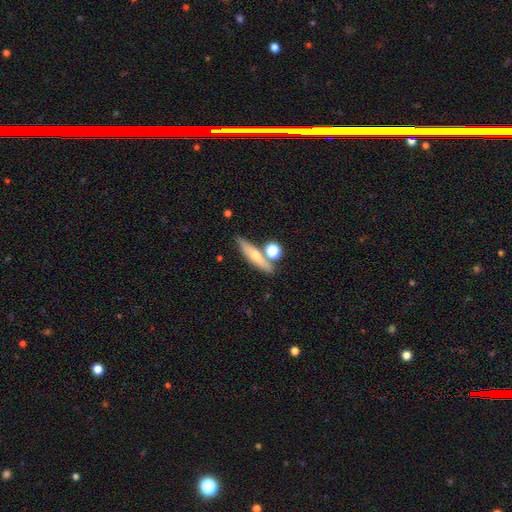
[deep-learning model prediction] This appears to be a smooth galaxy with no disk features (56%) that is cigar-shaped (67%). Merging: none (67%).